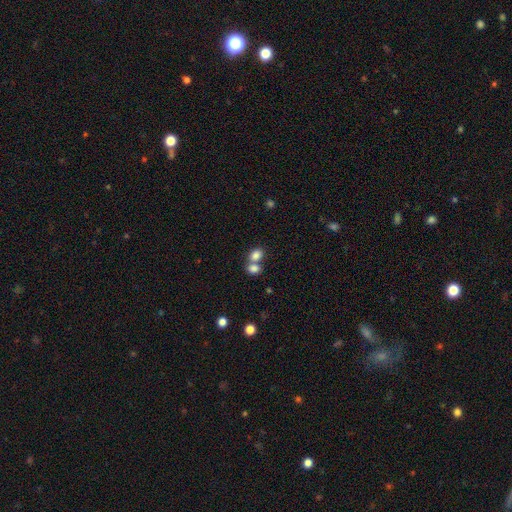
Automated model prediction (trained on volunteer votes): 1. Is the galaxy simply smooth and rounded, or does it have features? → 81% smooth, 11% star or artifact, 8% featured or disk.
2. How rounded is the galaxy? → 62% in between, 37% round, 1% cigar-shaped.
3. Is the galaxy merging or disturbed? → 55% merger, 34% none, 7% minor disturbance, 3% major disturbance.